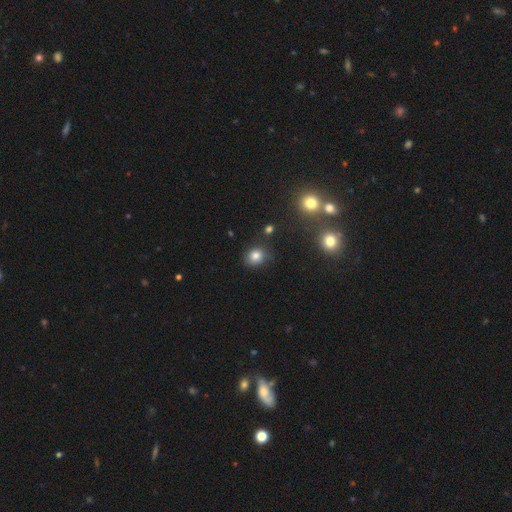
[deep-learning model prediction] This is likely a smooth galaxy (80%). How rounded: likely round (68%). Merging: likely none (80%).